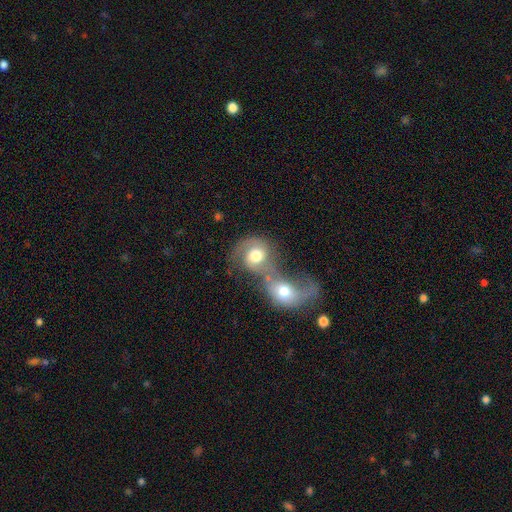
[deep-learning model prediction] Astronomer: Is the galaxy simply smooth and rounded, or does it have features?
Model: featured or disk — 50% (runner-up: smooth, 43%).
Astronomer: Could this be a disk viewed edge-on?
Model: no — 97%.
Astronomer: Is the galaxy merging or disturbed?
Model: merger — 77%.